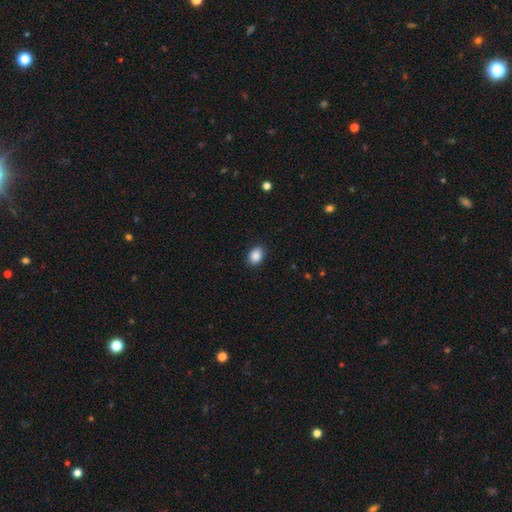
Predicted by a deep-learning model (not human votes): This is clearly a smooth galaxy (89%). How rounded: likely in between (68%). Merging: clearly none (90%).